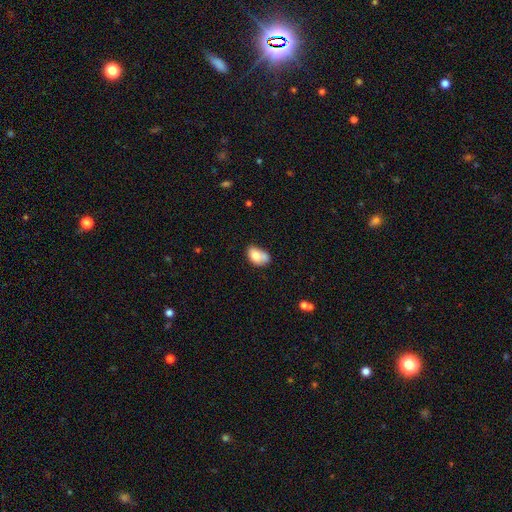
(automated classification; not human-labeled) A smooth galaxy with no disk features (74%) that is in between round and cigar-shaped (82%).

Vote fractions:
- Smooth or featured? smooth: 74% / featured or disk: 18% / star or artifact: 8%
- How rounded? in between: 82% / round: 17% / cigar-shaped: 1%
- Merging? none: 32% / merger: 31% / minor disturbance: 27% / major disturbance: 10%